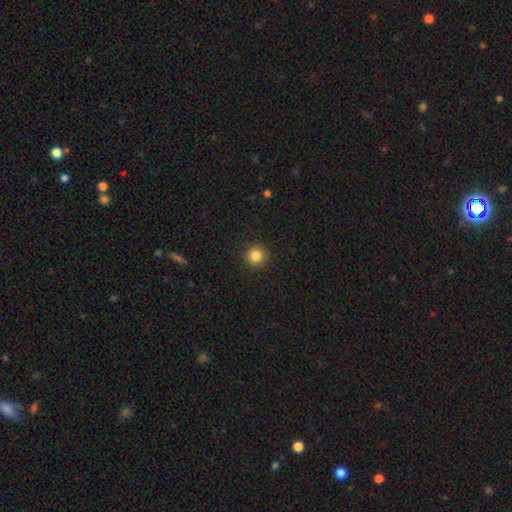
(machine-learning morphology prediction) Q: Smooth or featured?
A: smooth (85%); runner-up: star or artifact (11%)
Q: How rounded?
A: round (95%); runner-up: in between (4%)
Q: Merging?
A: none (92%); runner-up: minor disturbance (5%)